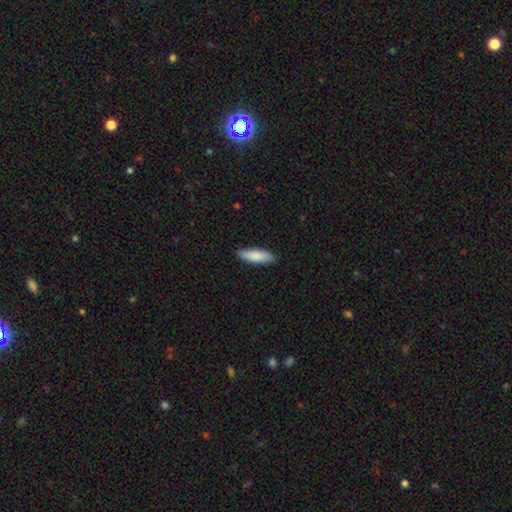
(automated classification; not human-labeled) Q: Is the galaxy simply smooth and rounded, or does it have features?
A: smooth — 87%.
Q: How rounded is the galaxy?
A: cigar-shaped — 53%.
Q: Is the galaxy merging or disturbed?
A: none — 89%.